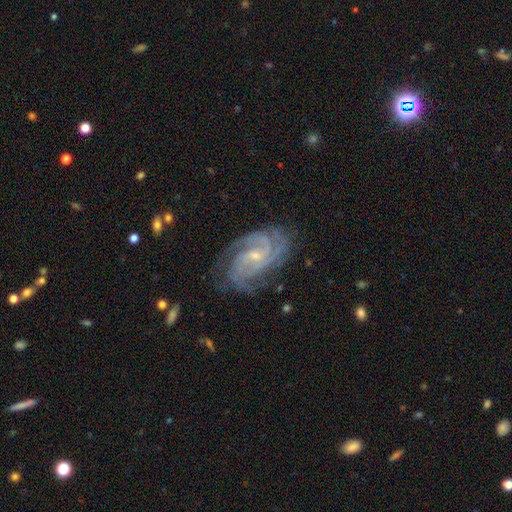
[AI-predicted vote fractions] The model was most divided on "bar": no: 47%, weak: 41%, strong: 12%. Remaining: spiral arms — yes (98%); edge-on disk — no (97%); smooth or featured — featured or disk (90%); merging — none (75%); bulge size — small (71%); spiral winding — tight (62%); spiral arm count — 3 (31%).